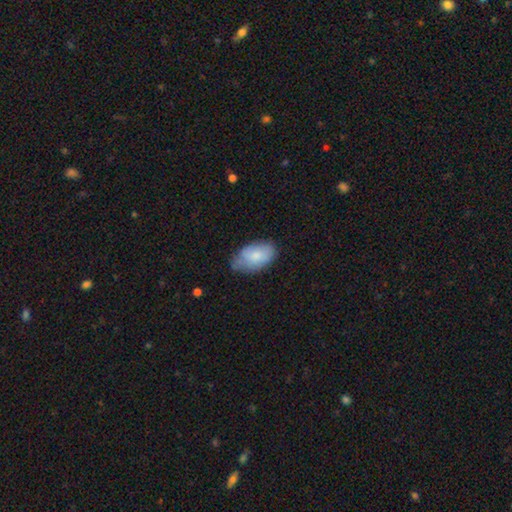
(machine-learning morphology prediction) smooth 77%, featured or disk 17%, star or artifact 6%. Down the decision tree: how rounded — in between (94%); merging — none (59%).